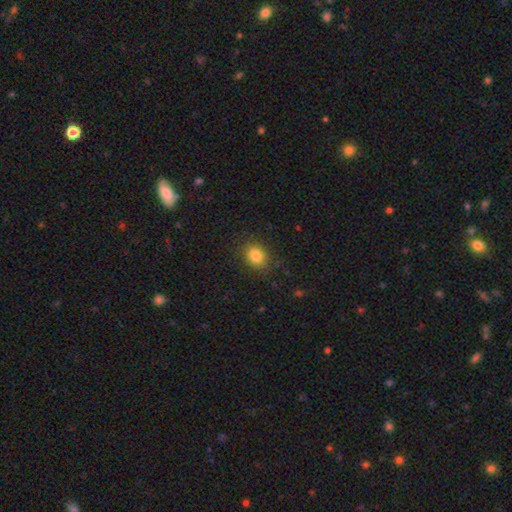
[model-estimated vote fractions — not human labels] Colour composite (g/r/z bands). It shows a smooth galaxy with no disk features (83%) that is in between round and cigar-shaped (55%). Merging: none (83%).